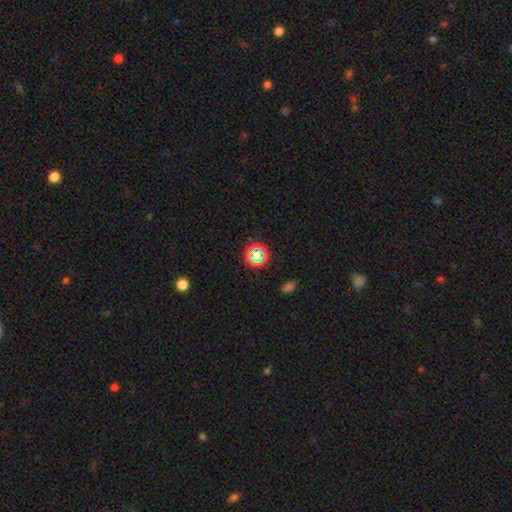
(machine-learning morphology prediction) A star or artifact, not a galaxy (63%).